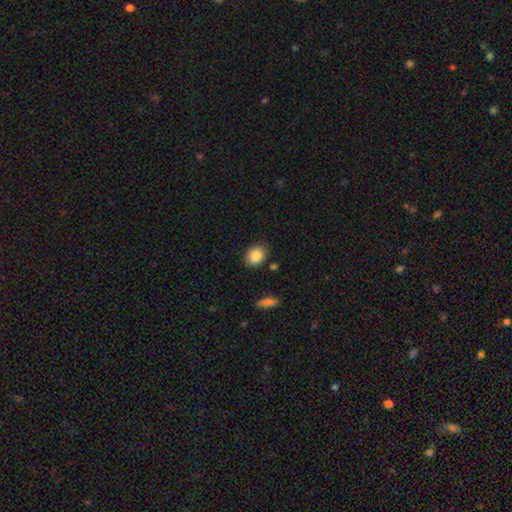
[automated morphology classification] smooth-or-featured: smooth: 87% | star or artifact: 8% | featured or disk: 5%
  how-rounded: in between: 55% | round: 44% | cigar-shaped: 1%
  merging: none: 83% | minor disturbance: 11% | merger: 3% | major disturbance: 3%